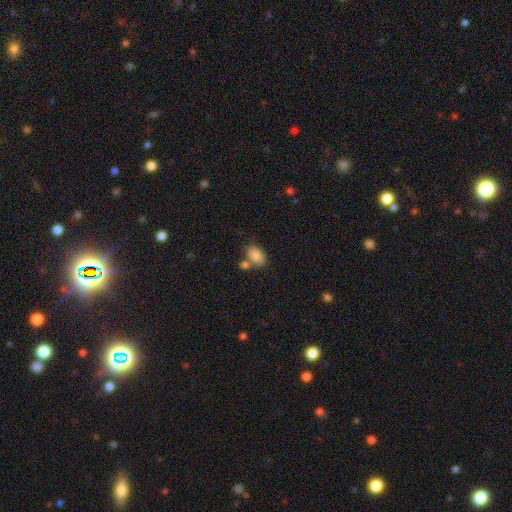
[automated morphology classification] Smooth or featured: smooth — 84% (star or artifact — 8%)
How rounded: in between — 78% (round — 21%)
Merging: none — 53% (merger — 26%)